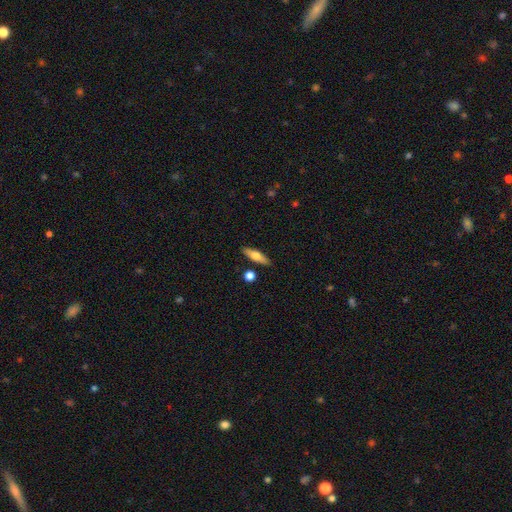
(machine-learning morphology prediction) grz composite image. It shows a smooth galaxy with no disk features (51%) that is cigar-shaped (64%). Merging: none (86%).